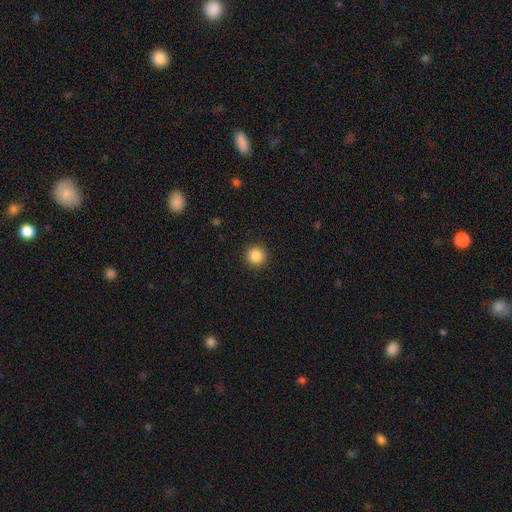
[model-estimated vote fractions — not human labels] smooth-or-featured: smooth: 86% | star or artifact: 10% | featured or disk: 4%
  how-rounded: round: 95% | in between: 4% | cigar-shaped: 1%
  merging: none: 92% | minor disturbance: 5% | major disturbance: 2% | merger: 1%